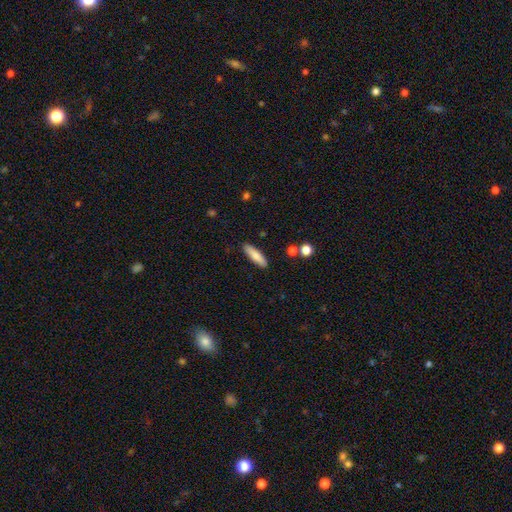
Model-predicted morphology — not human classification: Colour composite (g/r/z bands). It shows a smooth galaxy with no disk features (79%) that is cigar-shaped (66%). Merging: none (88%).